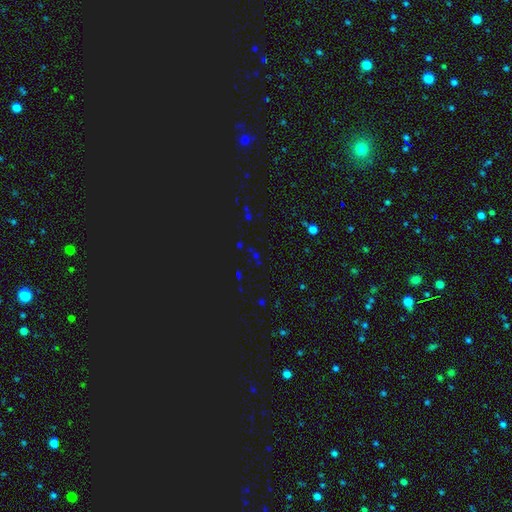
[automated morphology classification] Smooth or featured? Predicted: star or artifact (p=0.66).